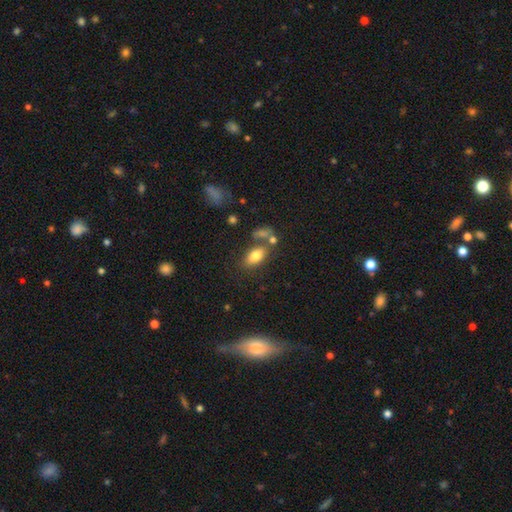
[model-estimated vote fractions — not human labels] A smooth galaxy with no disk features (78%) that is in between round and cigar-shaped (88%). Merging: none (62%).